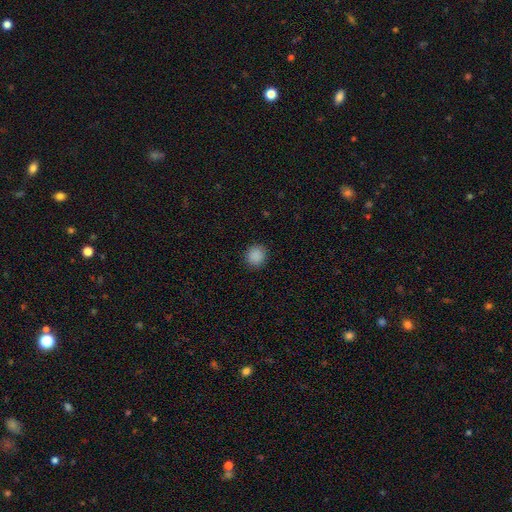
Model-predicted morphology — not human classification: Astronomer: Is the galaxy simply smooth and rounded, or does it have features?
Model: smooth — 88%.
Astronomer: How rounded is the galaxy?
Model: round — 91%.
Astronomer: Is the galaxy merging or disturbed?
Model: none — 91%.